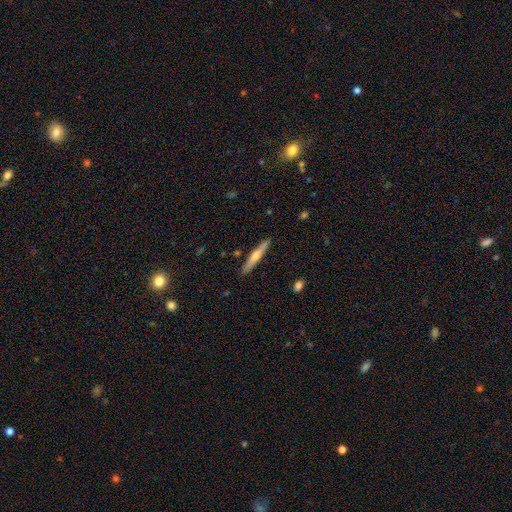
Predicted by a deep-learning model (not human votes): This appears to be a featured or disk galaxy (51%) viewed edge-on (95%). Merging: none (90%).